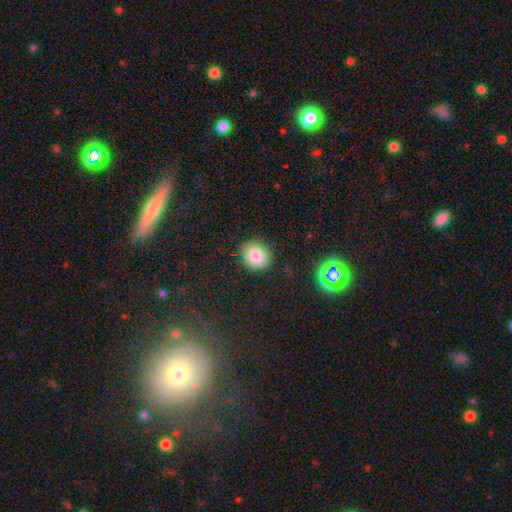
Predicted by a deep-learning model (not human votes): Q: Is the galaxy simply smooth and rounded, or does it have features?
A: smooth — 80%.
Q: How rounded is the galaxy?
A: round — 69%.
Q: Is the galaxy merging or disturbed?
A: none — 84%.